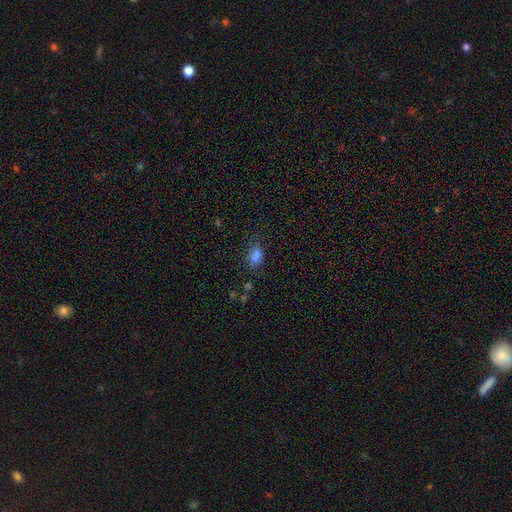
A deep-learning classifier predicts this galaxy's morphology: This is likely a smooth galaxy (78%). How rounded: likely in between (79%). Merging: likely none (63%).